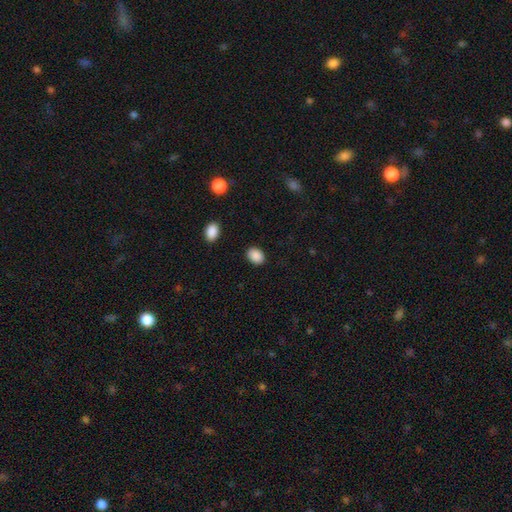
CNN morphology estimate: This appears to be a smooth galaxy with no disk features (89%) that is in between round and cigar-shaped (72%). Merging: none (88%).